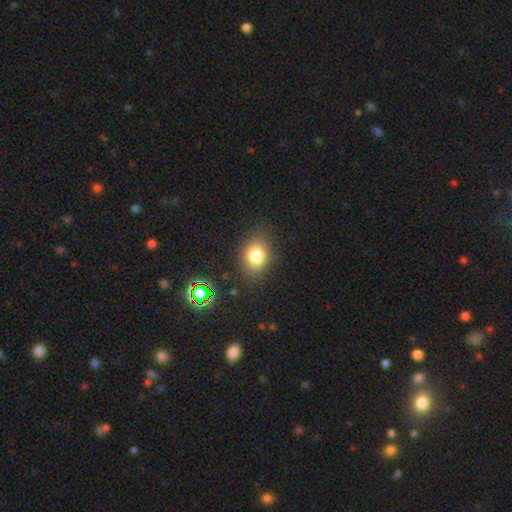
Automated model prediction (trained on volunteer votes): This is likely a smooth galaxy (78%). How rounded: possibly in between (59%). Merging: clearly none (83%).